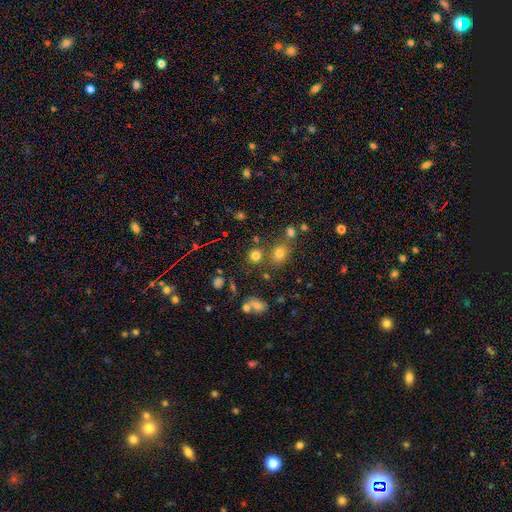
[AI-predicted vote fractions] This appears to be a smooth galaxy with no disk features (75%) that is round (84%). Merging: none (73%).